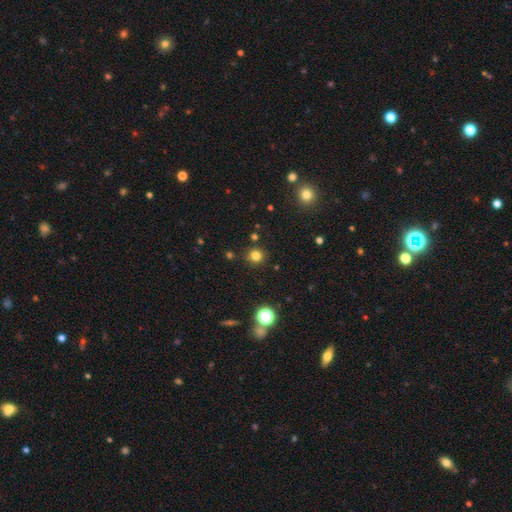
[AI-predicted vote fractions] Smooth or featured? Predicted: smooth (p=0.79). How rounded? Predicted: round (p=0.93). Merging? Predicted: none (p=0.89).